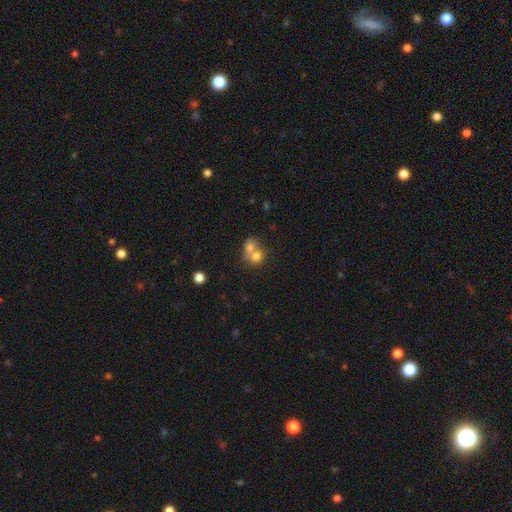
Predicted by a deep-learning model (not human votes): This appears to be a smooth galaxy with no disk features (74%) that is round (71%). Merging: merger (62%).